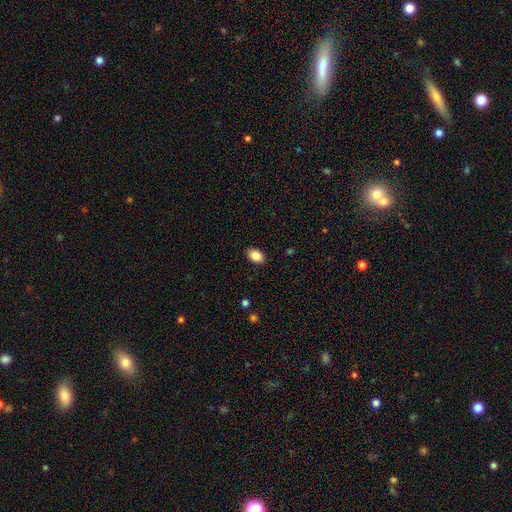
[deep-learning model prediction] This is clearly a smooth galaxy (88%). How rounded: likely in between (80%). Merging: clearly none (89%).